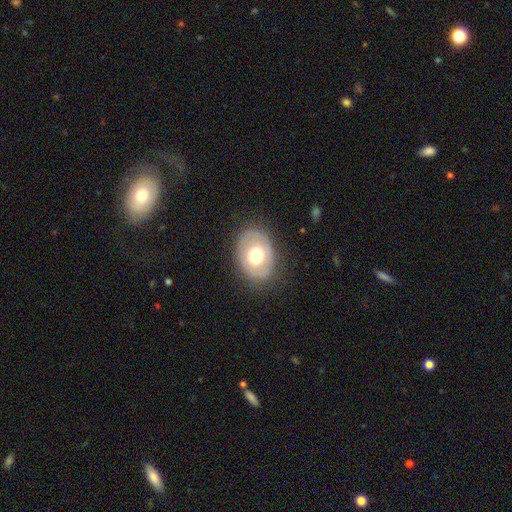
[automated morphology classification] Smooth or featured? Predicted: smooth (p=0.53). How rounded? Predicted: in between (p=0.72). Merging? Predicted: none (p=0.79).